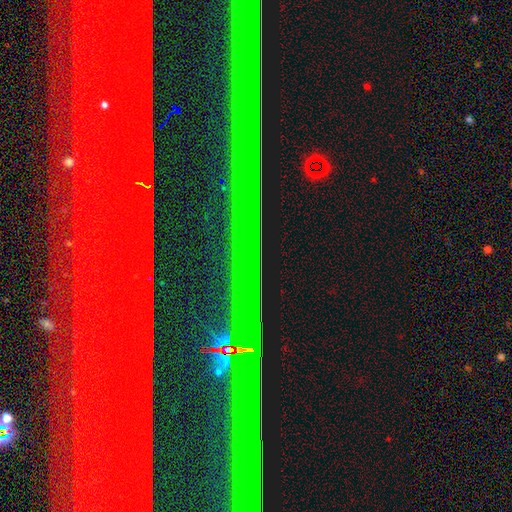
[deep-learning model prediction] Smooth or featured? star or artifact (85%)